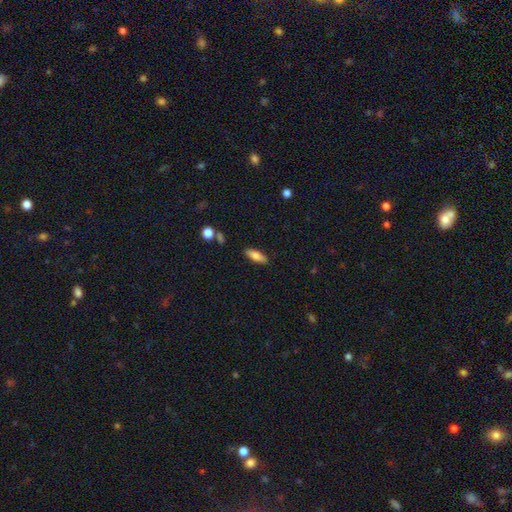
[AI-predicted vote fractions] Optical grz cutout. It shows a smooth galaxy with no disk features (75%) that is in between round and cigar-shaped (59%). Merging: none (87%).